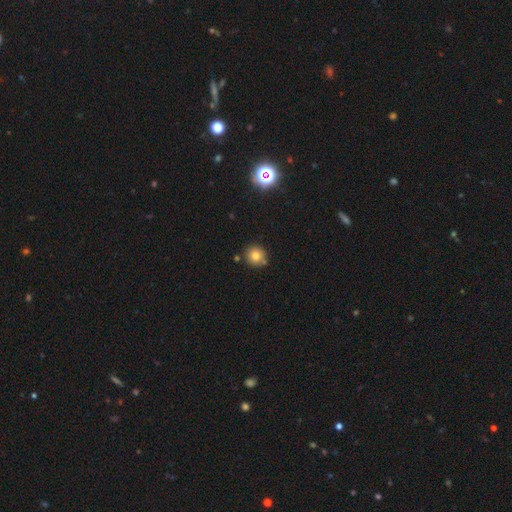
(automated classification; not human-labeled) Q: Smooth or featured?
A: smooth (78%); runner-up: star or artifact (13%)
Q: How rounded?
A: round (92%); runner-up: in between (8%)
Q: Merging?
A: none (80%); runner-up: minor disturbance (10%)